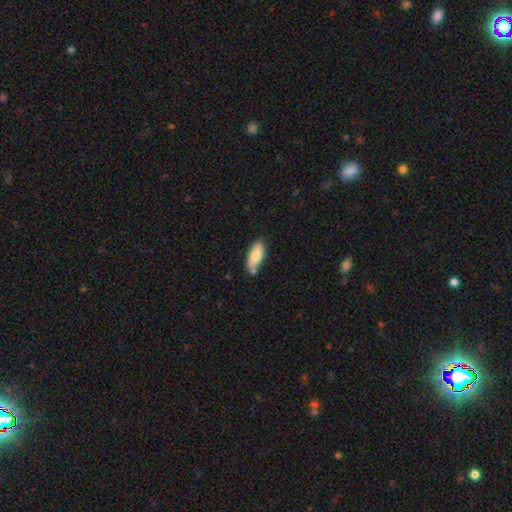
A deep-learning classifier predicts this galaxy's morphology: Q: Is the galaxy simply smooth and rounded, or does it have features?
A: smooth — 75%.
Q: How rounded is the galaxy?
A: in between — 80%.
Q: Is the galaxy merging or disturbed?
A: none — 65%.